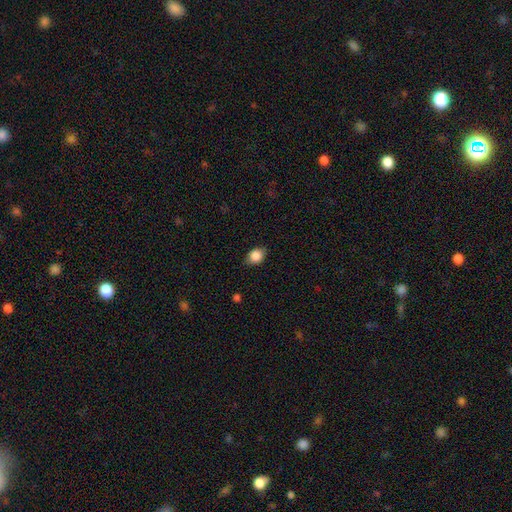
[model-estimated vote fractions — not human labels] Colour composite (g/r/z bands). It shows a smooth galaxy with no disk features (86%) that is in between round and cigar-shaped (60%). Merging: none (78%).